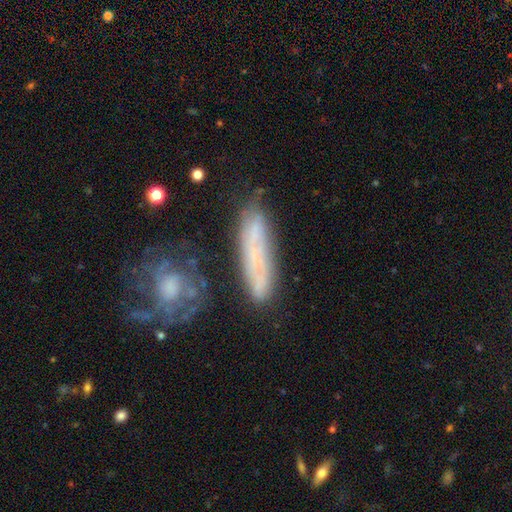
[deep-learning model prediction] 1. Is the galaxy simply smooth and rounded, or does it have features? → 52% smooth, 38% featured or disk, 10% star or artifact.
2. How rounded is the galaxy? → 73% cigar-shaped, 23% in between, 3% round.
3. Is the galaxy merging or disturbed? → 64% none, 21% minor disturbance, 9% merger, 7% major disturbance.